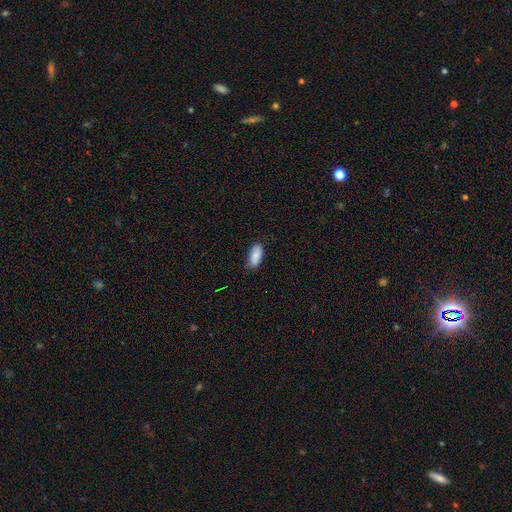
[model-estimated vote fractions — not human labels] Morphology: type=smooth (86%); roundness=in between (87%); merging=none (77%).